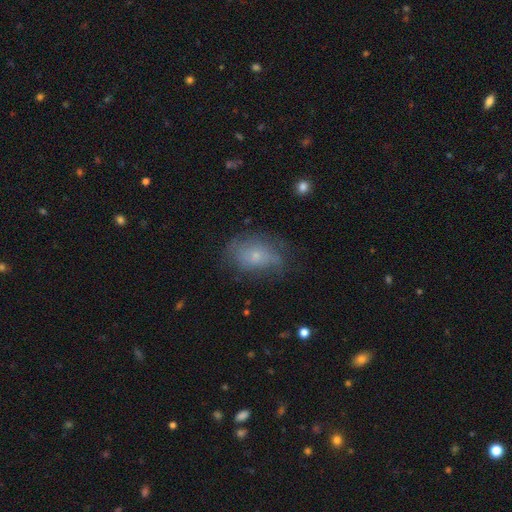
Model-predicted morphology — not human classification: smooth 54%, featured or disk 36%, star or artifact 11%. Down the decision tree: how rounded — in between (80%); merging — none (54%).